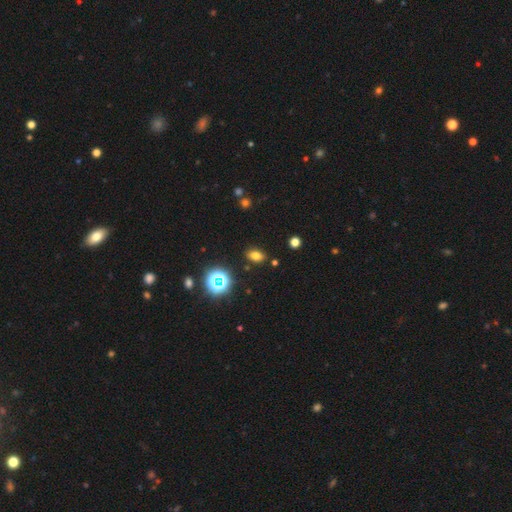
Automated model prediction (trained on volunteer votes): Smooth or featured?
  - smooth: 72% *
  - star or artifact: 20%
  - featured or disk: 8%
How rounded?
  - in between: 82% *
  - round: 15%
  - cigar-shaped: 3%
Merging?
  - none: 86% *
  - minor disturbance: 9%
  - major disturbance: 2%
  - merger: 2%